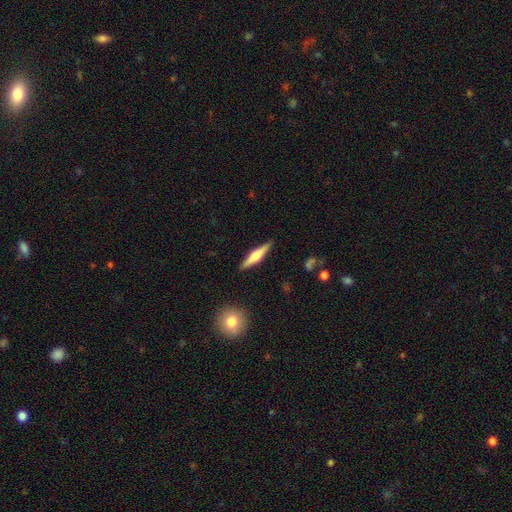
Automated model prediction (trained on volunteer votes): Smooth or featured? featured or disk (55%)
Edge-on disk? yes (96%)
Edge-on bulge? rounded (84%)
Merging? none (90%)